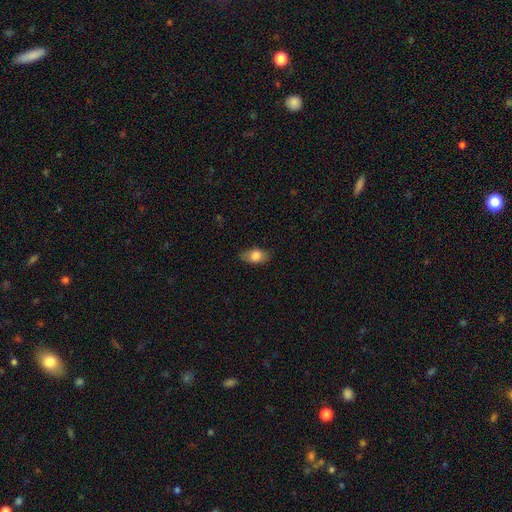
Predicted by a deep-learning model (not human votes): A smooth galaxy with no disk features (79%) that is in between round and cigar-shaped (86%). Merging: none (79%).